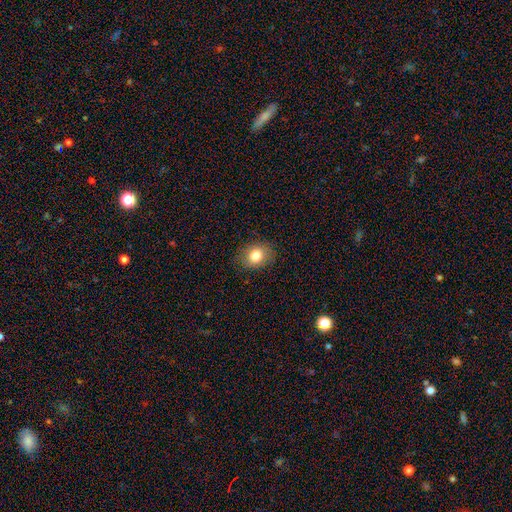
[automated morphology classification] Smooth or featured?
  - smooth: 82% *
  - star or artifact: 9%
  - featured or disk: 9%
How rounded?
  - in between: 55% *
  - round: 44%
  - cigar-shaped: 1%
Merging?
  - none: 85% *
  - minor disturbance: 11%
  - major disturbance: 3%
  - merger: 1%